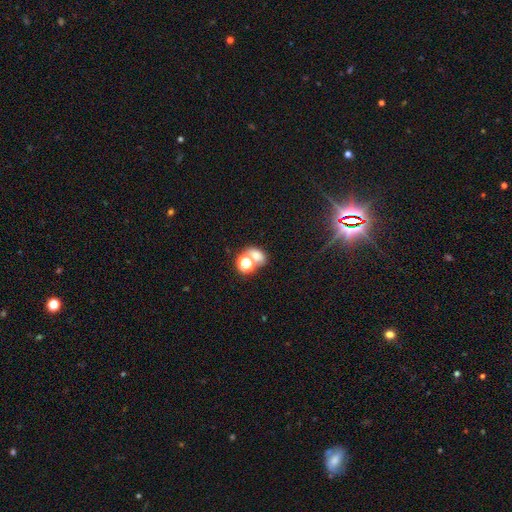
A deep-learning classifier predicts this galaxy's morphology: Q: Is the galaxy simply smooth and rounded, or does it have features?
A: smooth — 61%.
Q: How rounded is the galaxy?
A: in between — 55%.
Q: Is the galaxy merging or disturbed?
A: merger — 44%.